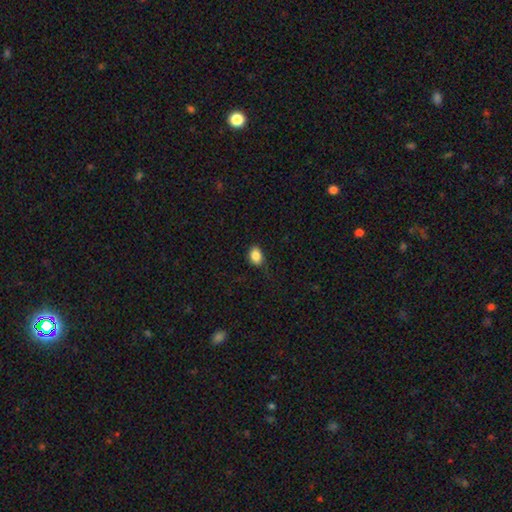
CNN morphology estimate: Smooth or featured?
  - smooth: 85% *
  - star or artifact: 9%
  - featured or disk: 6%
How rounded?
  - in between: 63% *
  - round: 35%
  - cigar-shaped: 1%
Merging?
  - none: 71% *
  - minor disturbance: 22%
  - major disturbance: 6%
  - merger: 1%